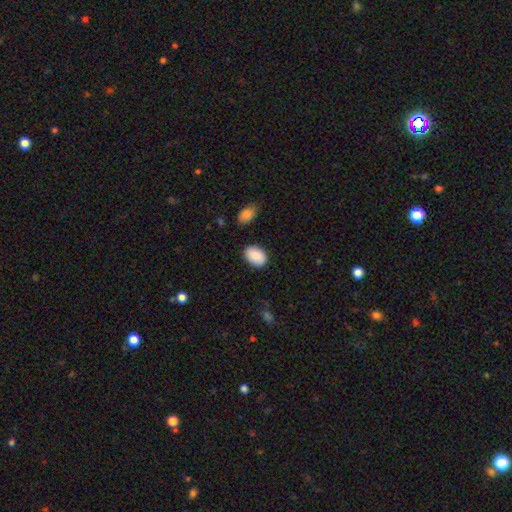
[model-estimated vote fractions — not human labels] The model was most divided on "how rounded": in between: 85%, round: 14%, cigar-shaped: 1%. More confident: smooth or featured — smooth (88%); merging — none (85%).